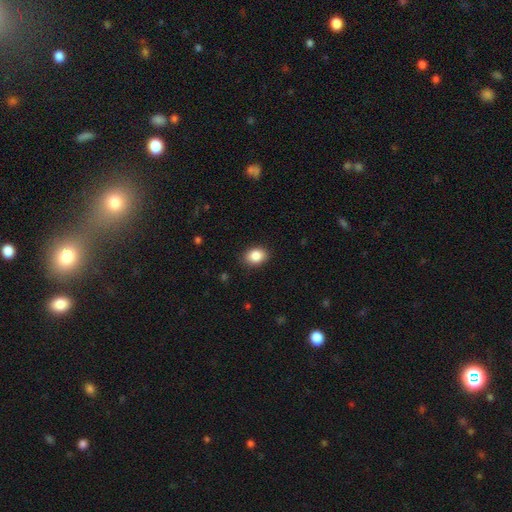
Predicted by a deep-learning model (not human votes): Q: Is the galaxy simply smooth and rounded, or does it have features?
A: smooth — 87%.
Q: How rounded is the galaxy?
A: in between — 68%.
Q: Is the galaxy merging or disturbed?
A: none — 87%.